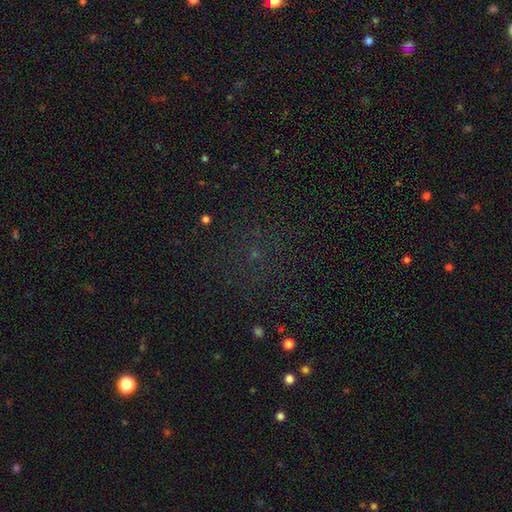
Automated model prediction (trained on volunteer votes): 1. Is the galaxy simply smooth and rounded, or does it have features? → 61% star or artifact, 28% smooth, 11% featured or disk.